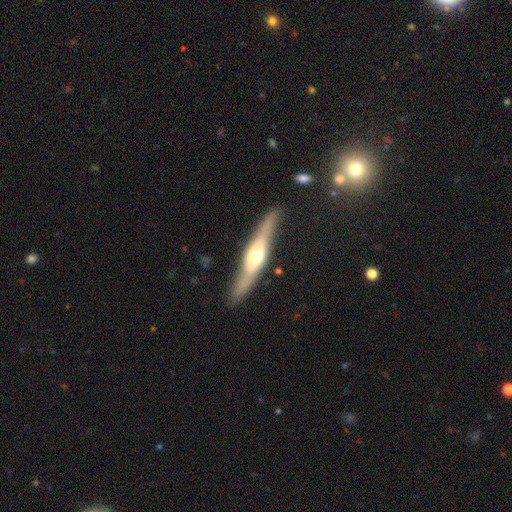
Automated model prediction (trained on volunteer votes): Q: Smooth or featured?
A: featured or disk (65%); runner-up: smooth (29%)
Q: Edge-on disk?
A: yes (89%); runner-up: no (11%)
Q: Edge-on bulge?
A: rounded (88%); runner-up: boxy (6%)
Q: Merging?
A: none (85%); runner-up: minor disturbance (11%)